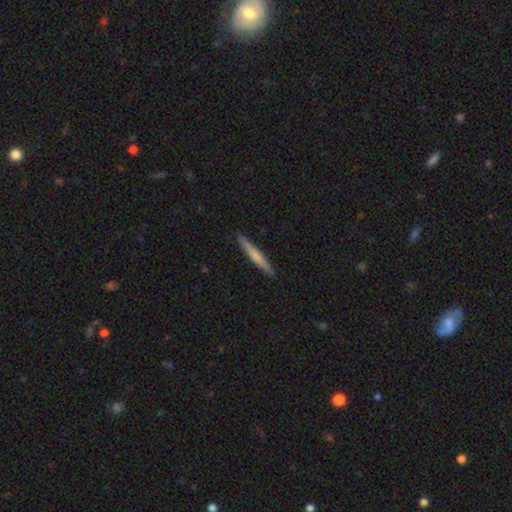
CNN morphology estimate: A smooth galaxy with no disk features (57%) that is cigar-shaped (96%).

Vote fractions:
- Smooth or featured? smooth: 57% / featured or disk: 38% / star or artifact: 5%
- How rounded? cigar-shaped: 96% / in between: 3% / round: 1%
- Merging? none: 92% / minor disturbance: 6% / major disturbance: 1% / merger: 1%